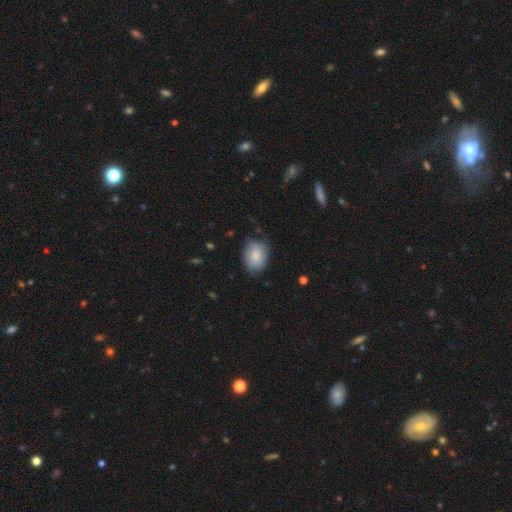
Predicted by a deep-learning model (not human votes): smooth_or_featured: smooth (p=0.80) [alt: featured or disk p=0.13]
how_rounded: in between (p=0.72) [alt: round p=0.27]
merging: none (p=0.70) [alt: minor disturbance p=0.24]